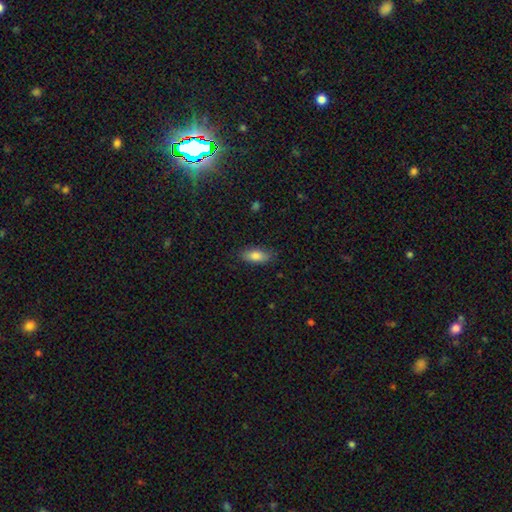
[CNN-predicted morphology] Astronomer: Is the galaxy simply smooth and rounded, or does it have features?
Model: smooth — 81%.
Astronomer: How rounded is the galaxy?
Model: in between — 85%.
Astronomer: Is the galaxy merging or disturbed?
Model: none — 84%.